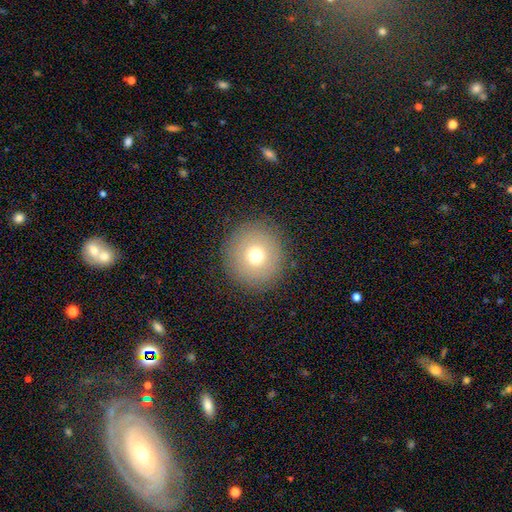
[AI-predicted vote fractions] The model was most divided on "smooth or featured": smooth: 70%, featured or disk: 16%, star or artifact: 14%. More confident: how rounded — round (94%); merging — none (89%).